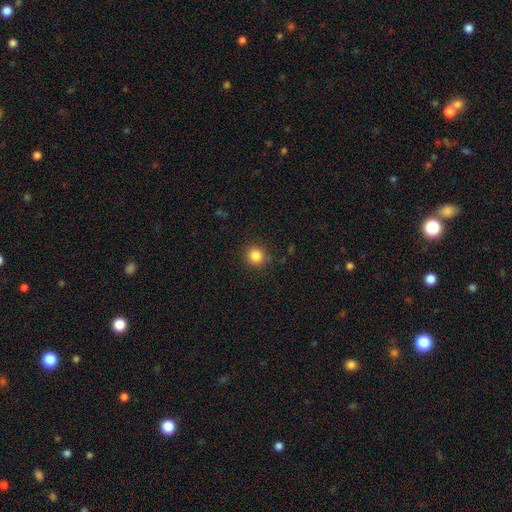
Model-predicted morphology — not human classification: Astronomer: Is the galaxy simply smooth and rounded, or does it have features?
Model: smooth — 84%.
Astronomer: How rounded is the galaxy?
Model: round — 93%.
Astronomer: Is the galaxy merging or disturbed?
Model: none — 88%.